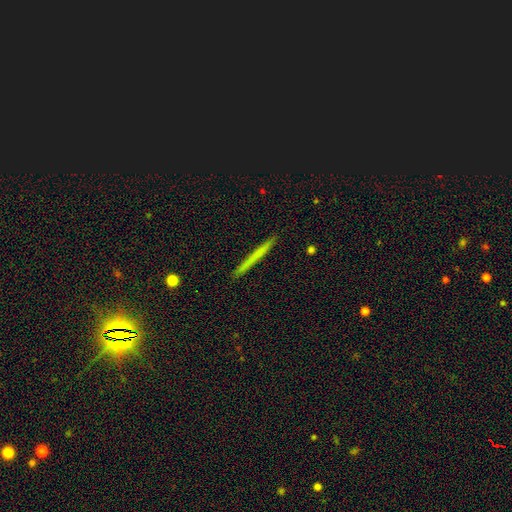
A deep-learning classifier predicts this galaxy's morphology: smooth 54%, featured or disk 38%, star or artifact 7%. Down the decision tree: how rounded — cigar-shaped (96%); merging — none (92%).